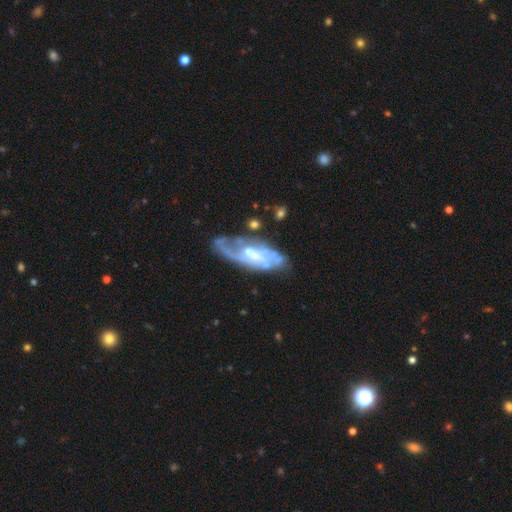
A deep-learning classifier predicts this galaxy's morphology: Smooth or featured? Predicted: featured or disk (p=0.80). Edge-on disk? Predicted: no (p=0.90). Bar? Predicted: no (p=0.54). Spiral arms? Predicted: yes (p=0.84). Spiral winding? Predicted: medium (p=0.41). Spiral arm count? Predicted: can't tell (p=0.37). Bulge size? Predicted: small (p=0.58). Merging? Predicted: none (p=0.58).